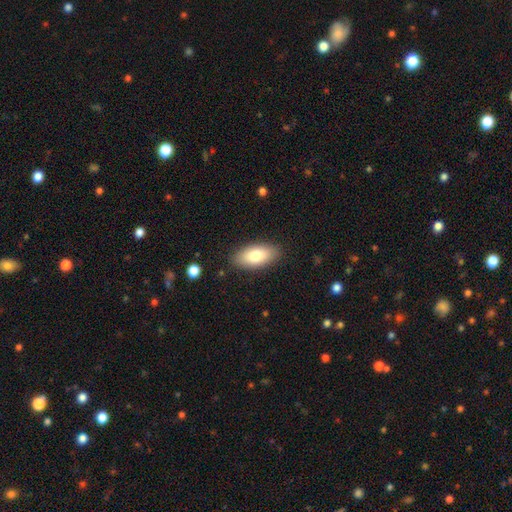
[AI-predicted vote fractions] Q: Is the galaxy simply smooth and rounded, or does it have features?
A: smooth — 79%.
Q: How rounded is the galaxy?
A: in between — 92%.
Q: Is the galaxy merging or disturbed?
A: none — 86%.